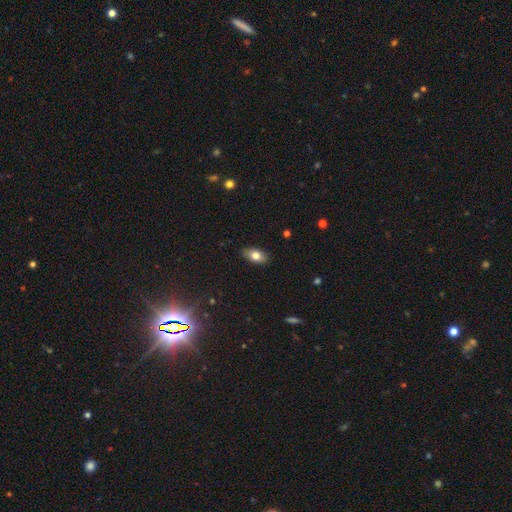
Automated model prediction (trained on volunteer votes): A smooth galaxy with no disk features (78%) that is in between round and cigar-shaped (90%). Merging: none (87%).